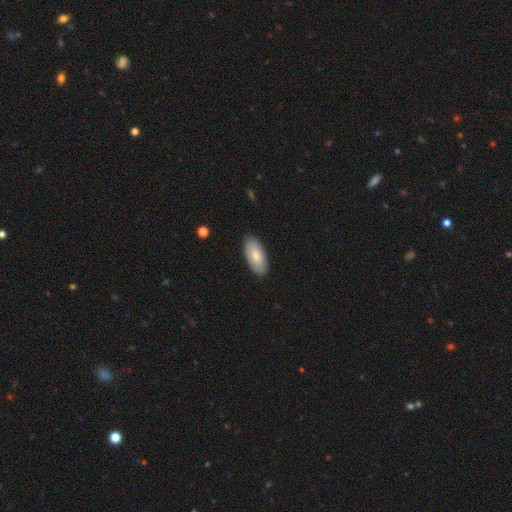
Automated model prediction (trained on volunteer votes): A smooth galaxy with no disk features (78%) that is in between round and cigar-shaped (92%).

Vote fractions:
- Smooth or featured? smooth: 78% / featured or disk: 16% / star or artifact: 5%
- How rounded? in between: 92% / cigar-shaped: 6% / round: 2%
- Merging? none: 88% / minor disturbance: 9% / major disturbance: 2% / merger: 1%